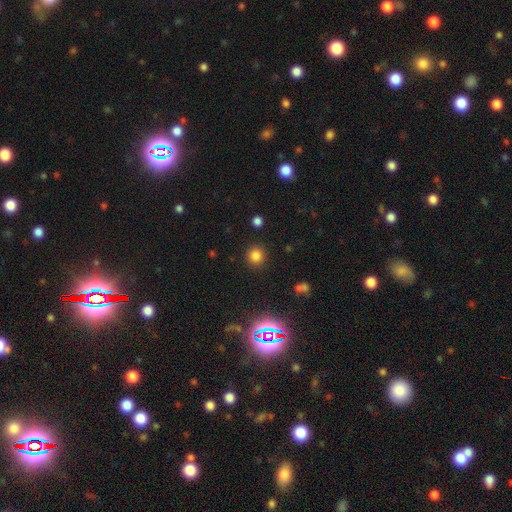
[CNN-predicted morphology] The model was most divided on "smooth or featured": smooth: 79%, star or artifact: 16%, featured or disk: 5%. More confident: how rounded — round (91%); merging — none (89%).